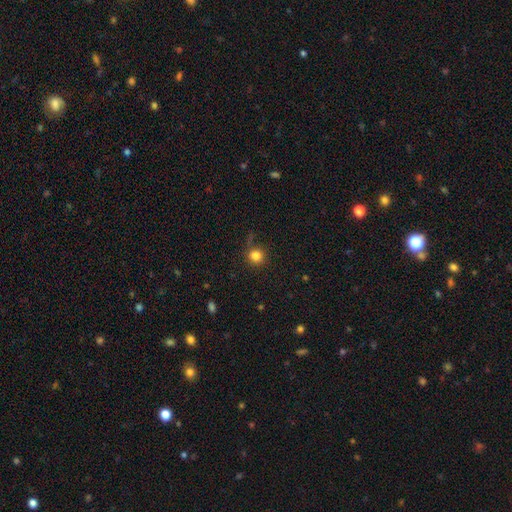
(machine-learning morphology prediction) type=smooth (83%); roundness=round (91%); merging=none (76%).